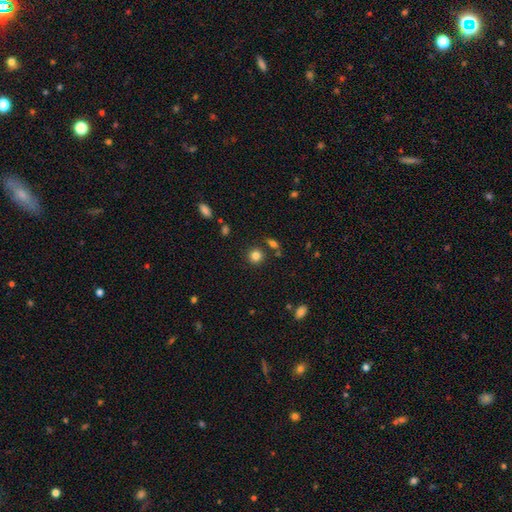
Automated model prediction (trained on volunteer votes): smooth_or_featured: smooth (p=0.82) [alt: star or artifact p=0.12]
how_rounded: round (p=0.91) [alt: in between p=0.08]
merging: none (p=0.83) [alt: minor disturbance p=0.08]